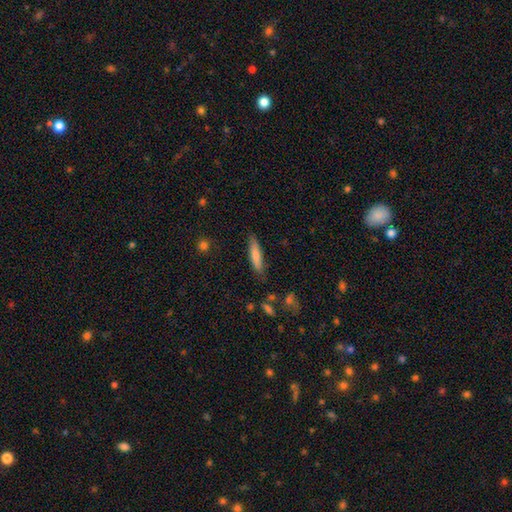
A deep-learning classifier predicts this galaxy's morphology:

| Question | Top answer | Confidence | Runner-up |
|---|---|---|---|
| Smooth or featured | smooth | 77% | featured or disk (17%) |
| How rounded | cigar-shaped | 81% | in between (18%) |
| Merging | none | 81% | minor disturbance (14%) |